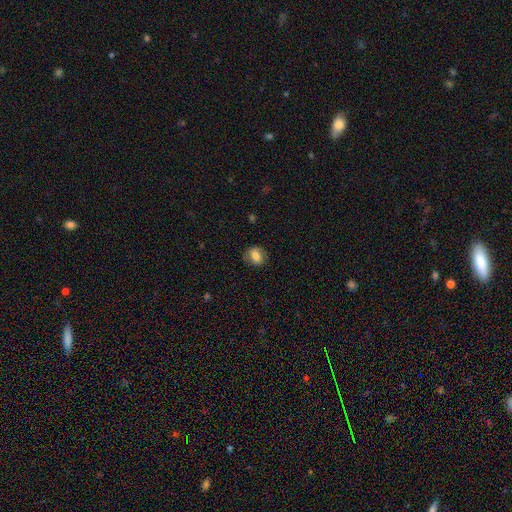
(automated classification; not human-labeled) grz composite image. It shows a smooth galaxy with no disk features (77%) that is in between round and cigar-shaped (57%). Merging: none (79%).